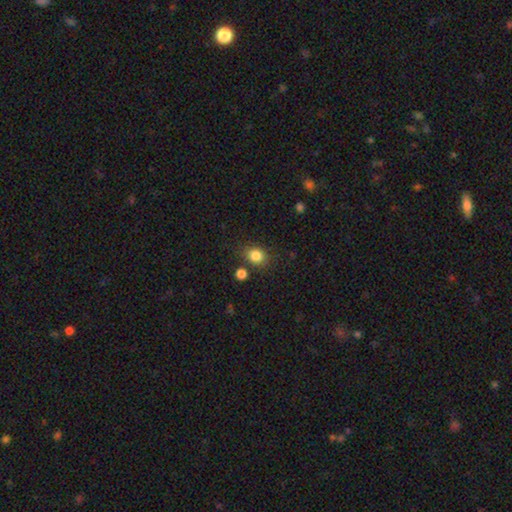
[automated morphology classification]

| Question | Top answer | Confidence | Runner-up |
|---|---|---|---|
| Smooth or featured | smooth | 84% | star or artifact (11%) |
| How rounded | round | 61% | in between (38%) |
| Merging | none | 76% | minor disturbance (12%) |